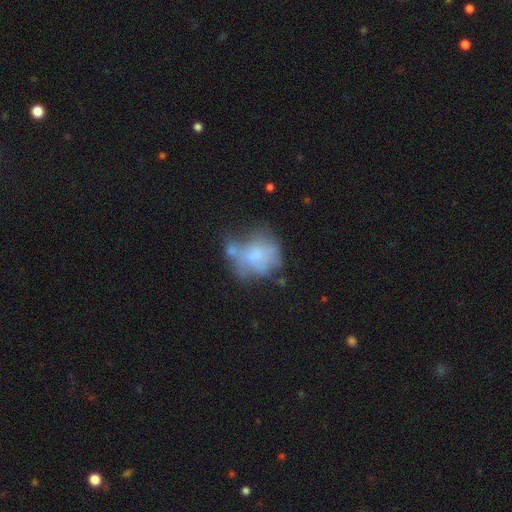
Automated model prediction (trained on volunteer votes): Overall: smooth (50%; featured or disk 39%). Merging: none (31%; minor disturbance 24%).